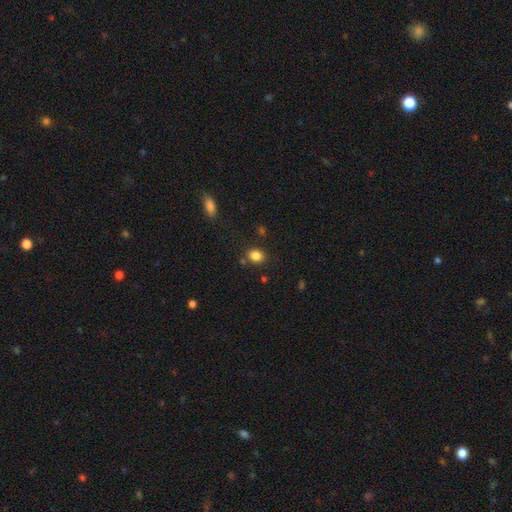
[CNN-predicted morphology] A smooth galaxy with no disk features (84%) that is round (50%).

Vote fractions:
- Smooth or featured? smooth: 84% / star or artifact: 11% / featured or disk: 5%
- How rounded? round: 50% / in between: 49% / cigar-shaped: 1%
- Merging? none: 81% / minor disturbance: 11% / merger: 5% / major disturbance: 3%